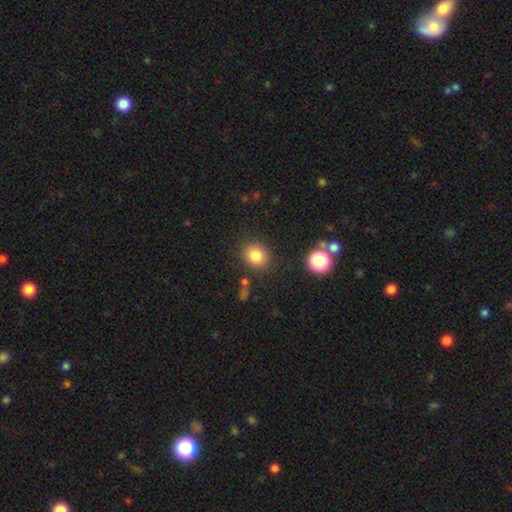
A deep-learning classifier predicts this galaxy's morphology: Overall: smooth (83%). How rounded: round (70%). Merging: none (84%).